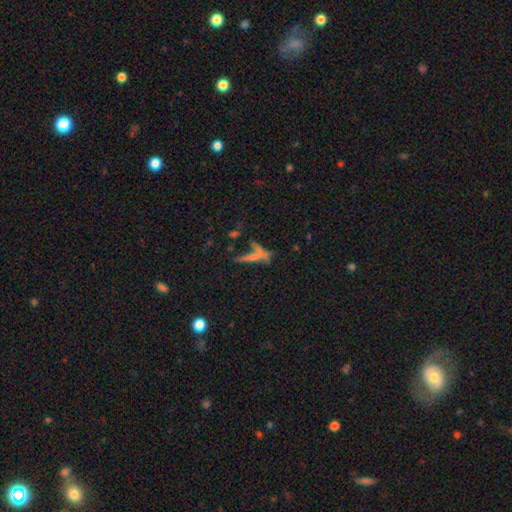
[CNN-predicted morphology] Smooth or featured? Predicted: smooth (p=0.49). Merging? Predicted: none (p=0.44).